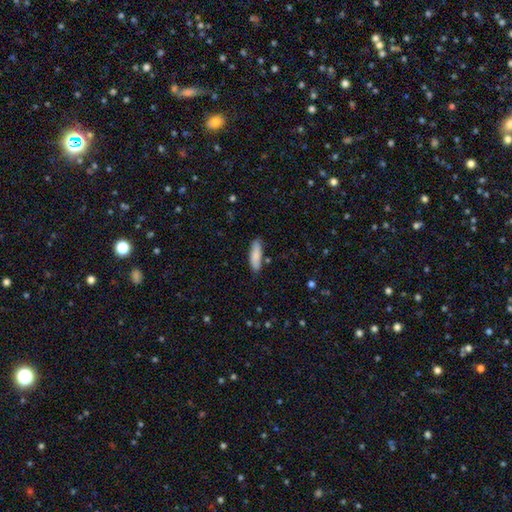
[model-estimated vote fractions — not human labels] Q: Smooth or featured?
A: smooth (86%); runner-up: featured or disk (8%)
Q: How rounded?
A: cigar-shaped (52%); runner-up: in between (47%)
Q: Merging?
A: none (83%); runner-up: minor disturbance (12%)